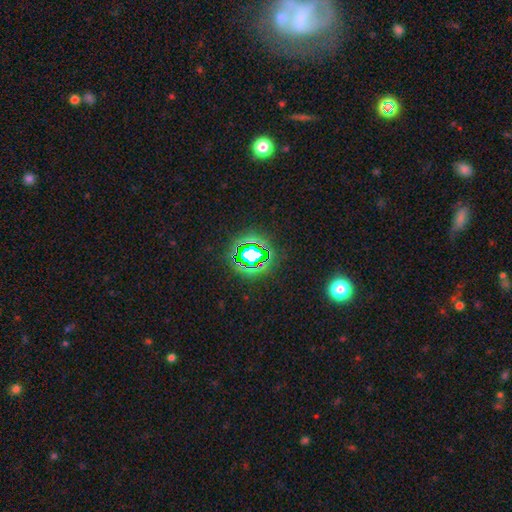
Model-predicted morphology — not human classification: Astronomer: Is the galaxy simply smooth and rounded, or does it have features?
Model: star or artifact — 78%.